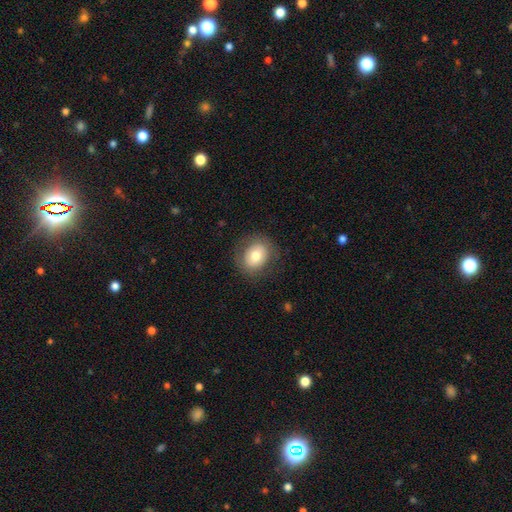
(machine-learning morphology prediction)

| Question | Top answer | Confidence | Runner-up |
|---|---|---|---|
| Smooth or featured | smooth | 73% | featured or disk (18%) |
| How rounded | round | 59% | in between (40%) |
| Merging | none | 81% | minor disturbance (13%) |